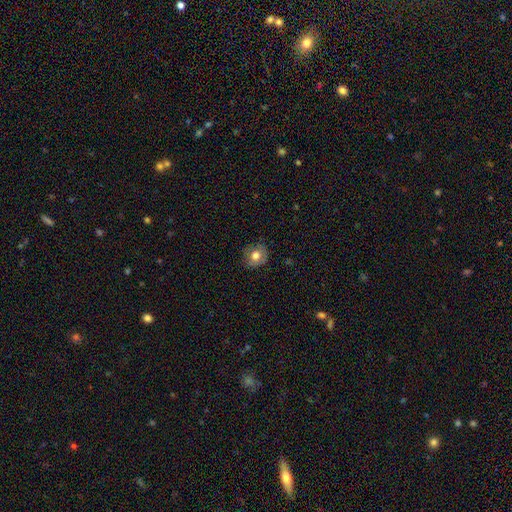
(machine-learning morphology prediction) Overall: smooth (73%). How rounded: round (80%). Merging: none (77%).